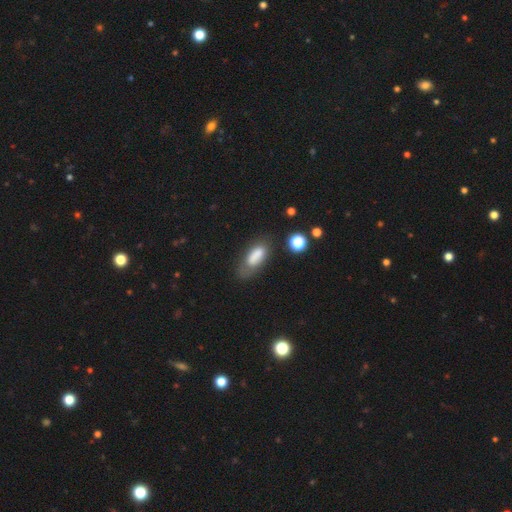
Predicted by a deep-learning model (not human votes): smooth 74%, featured or disk 16%, star or artifact 10%. Down the decision tree: how rounded — in between (78%); merging — none (50%).